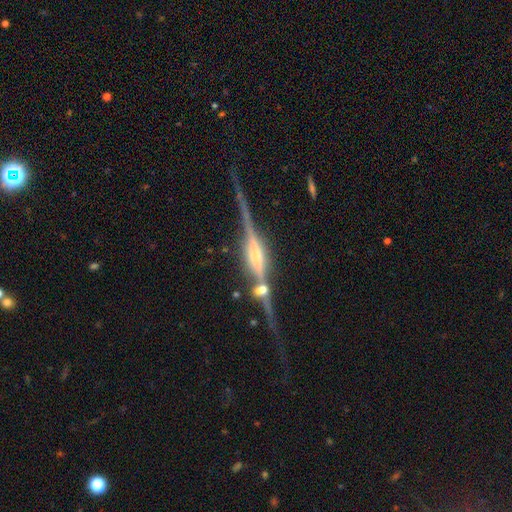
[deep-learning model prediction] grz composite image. It shows a featured or disk galaxy (88%) viewed edge-on (97%) with a rounded central bulge (73%). Merging: none (72%).